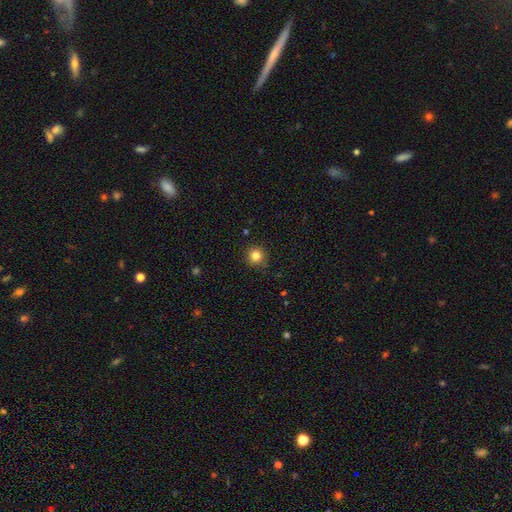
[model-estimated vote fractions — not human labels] smooth-or-featured: smooth: 83% | star or artifact: 12% | featured or disk: 5%
  how-rounded: round: 95% | in between: 4% | cigar-shaped: 1%
  merging: none: 89% | minor disturbance: 8% | major disturbance: 2% | merger: 1%